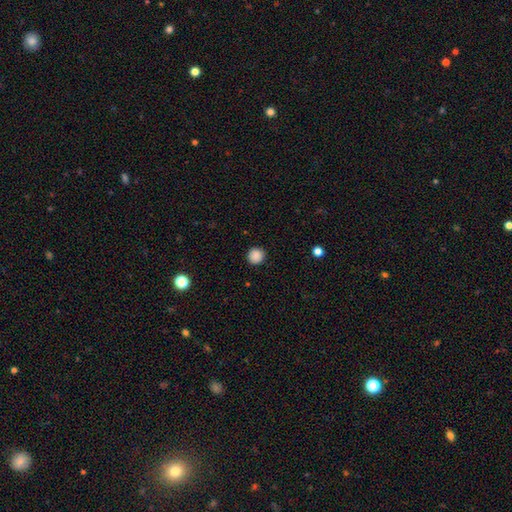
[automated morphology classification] Smooth or featured? smooth (88%)
How rounded? round (94%)
Merging? none (91%)